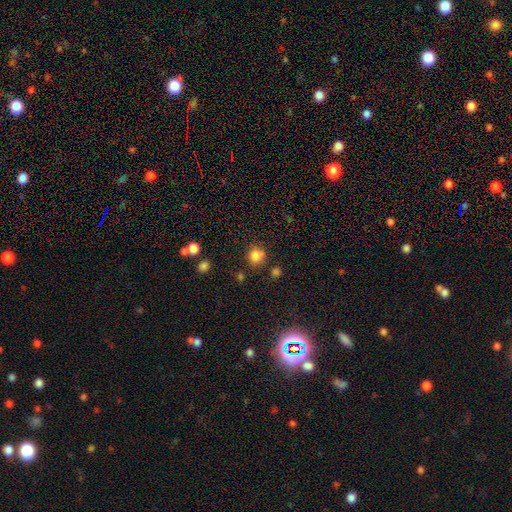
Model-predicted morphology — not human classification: type=smooth (82%); roundness=round (84%); merging=none (74%).